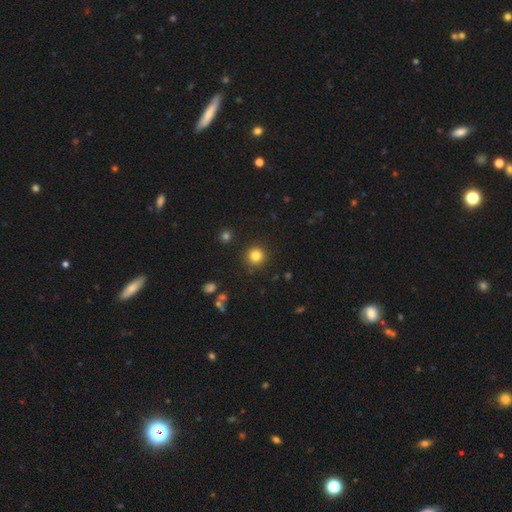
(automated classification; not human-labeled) Smooth or featured? smooth (83%)
How rounded? round (94%)
Merging? none (90%)